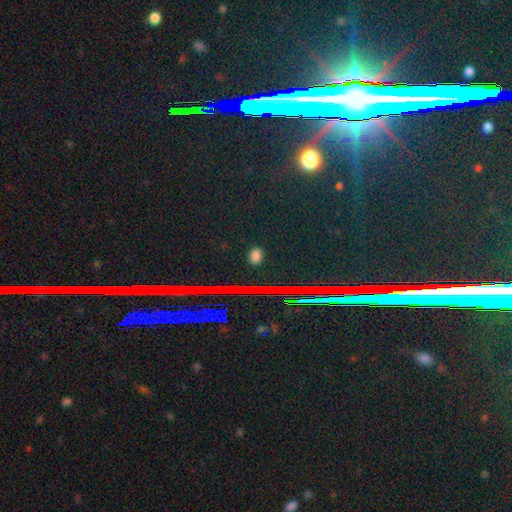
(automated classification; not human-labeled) smooth_or_featured: smooth (p=0.62) [alt: star or artifact p=0.32]
how_rounded: in between (p=0.60) [alt: round p=0.34]
merging: none (p=0.90) [alt: minor disturbance p=0.07]